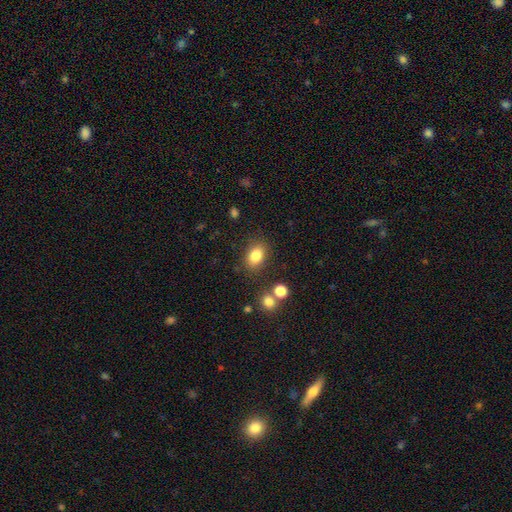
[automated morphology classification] Smooth or featured?
  - smooth: 82% *
  - star or artifact: 10%
  - featured or disk: 8%
How rounded?
  - in between: 79% *
  - round: 19%
  - cigar-shaped: 1%
Merging?
  - none: 80% *
  - minor disturbance: 12%
  - merger: 4%
  - major disturbance: 4%